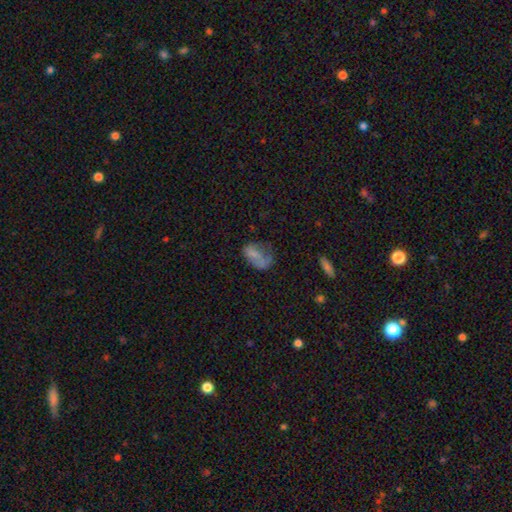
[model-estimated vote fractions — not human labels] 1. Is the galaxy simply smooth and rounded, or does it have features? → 61% smooth, 27% featured or disk, 12% star or artifact.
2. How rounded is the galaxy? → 83% in between, 14% round, 3% cigar-shaped.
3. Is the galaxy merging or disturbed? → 37% major disturbance, 32% none, 28% minor disturbance, 4% merger.